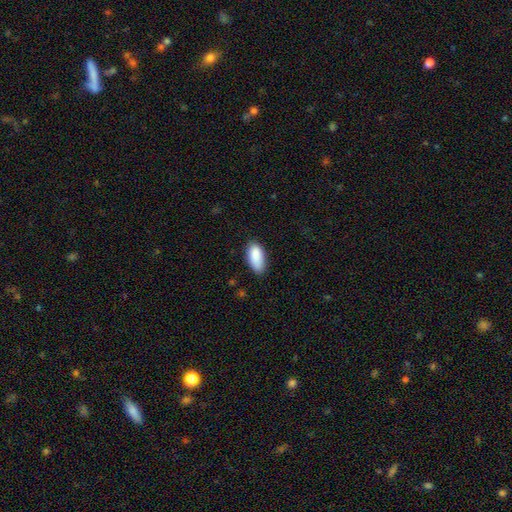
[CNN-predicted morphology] Q: Smooth or featured?
A: smooth (88%); runner-up: star or artifact (7%)
Q: How rounded?
A: in between (91%); runner-up: cigar-shaped (7%)
Q: Merging?
A: none (75%); runner-up: minor disturbance (21%)